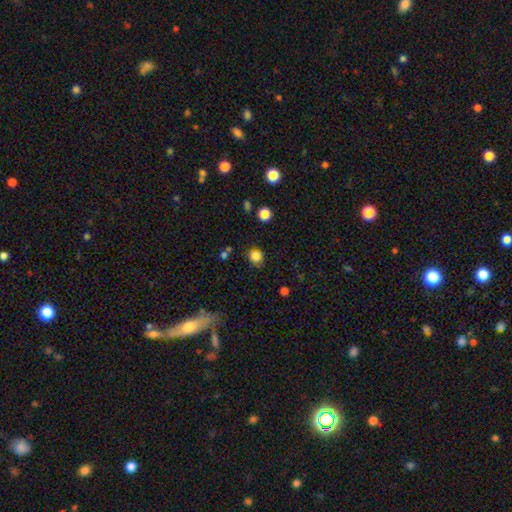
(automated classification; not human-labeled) Smooth or featured: smooth — 82% (star or artifact — 12%)
How rounded: round — 76% (in between — 23%)
Merging: none — 74% (minor disturbance — 18%)